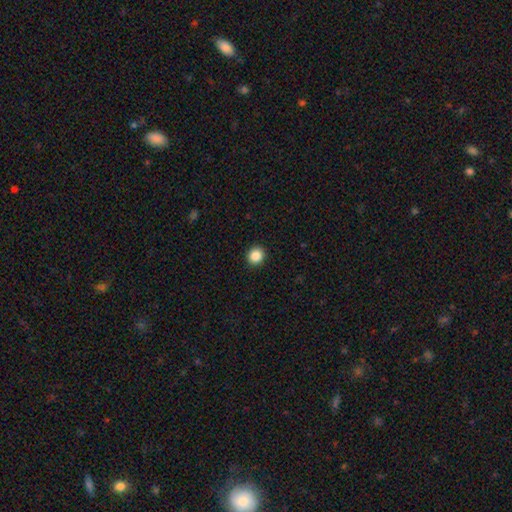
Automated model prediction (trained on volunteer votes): Smooth or featured? Predicted: smooth (p=0.86). How rounded? Predicted: round (p=0.91). Merging? Predicted: none (p=0.93).